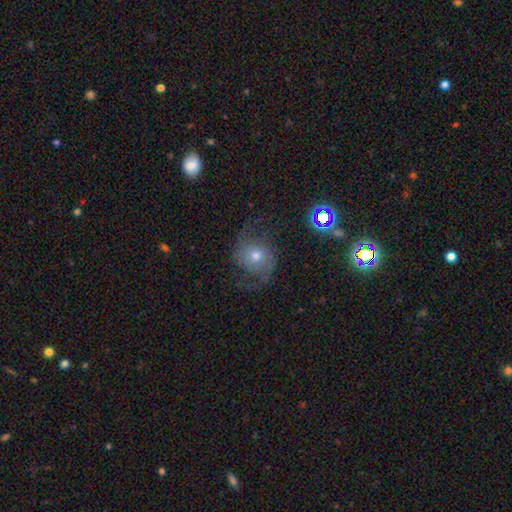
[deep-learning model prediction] smooth_or_featured: featured or disk (p=0.74) [alt: smooth p=0.15]
disk_edge_on: no (p=0.97) [alt: yes p=0.03]
bar: no (p=0.72) [alt: weak p=0.22]
has_spiral_arms: yes (p=0.94) [alt: no p=0.06]
spiral_winding: loose (p=0.46) [alt: medium p=0.43]
spiral_arm_count: 2 (p=0.90) [alt: can't tell p=0.04]
bulge_size: moderate (p=0.56) [alt: small p=0.36]
merging: none (p=0.68) [alt: minor disturbance p=0.16]